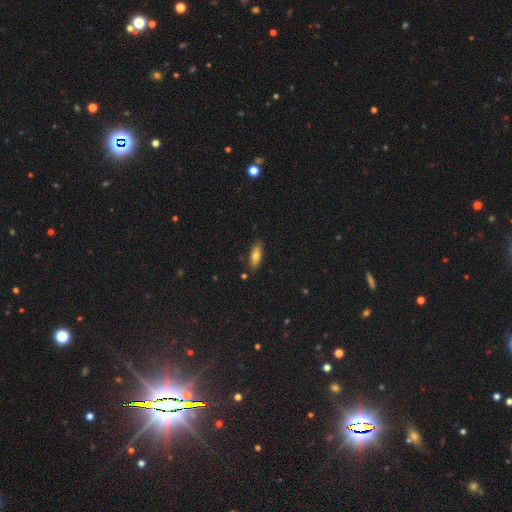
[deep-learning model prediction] smooth-or-featured: smooth: 74% | featured or disk: 18% | star or artifact: 8%
  how-rounded: in between: 67% | cigar-shaped: 31% | round: 2%
  merging: none: 83% | minor disturbance: 12% | merger: 2% | major disturbance: 2%